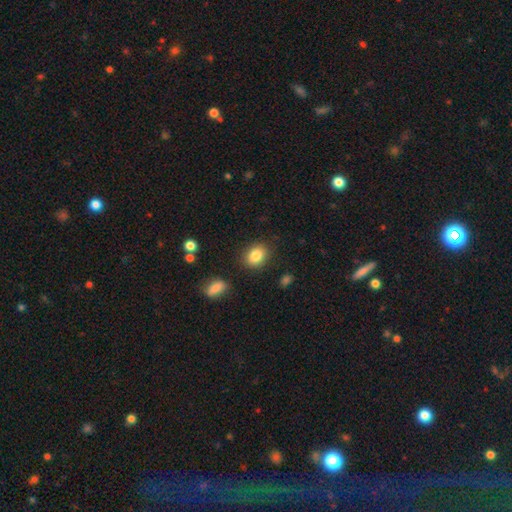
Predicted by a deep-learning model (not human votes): A smooth galaxy with no disk features (85%) that is in between round and cigar-shaped (57%). Merging: none (85%).